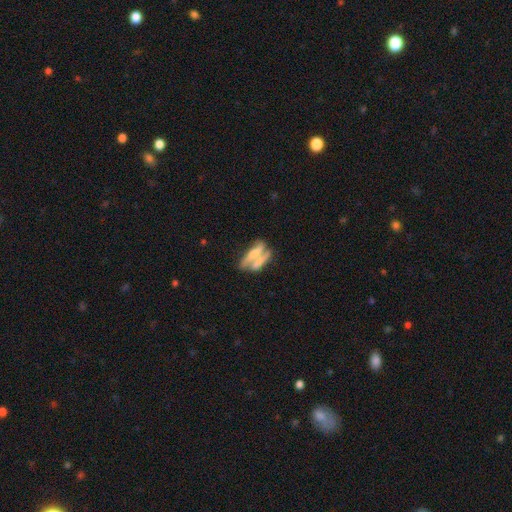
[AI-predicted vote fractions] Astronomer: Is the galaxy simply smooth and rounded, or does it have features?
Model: featured or disk — 46%, tied with smooth at 46%.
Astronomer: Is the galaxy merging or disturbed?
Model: merger — 54%.